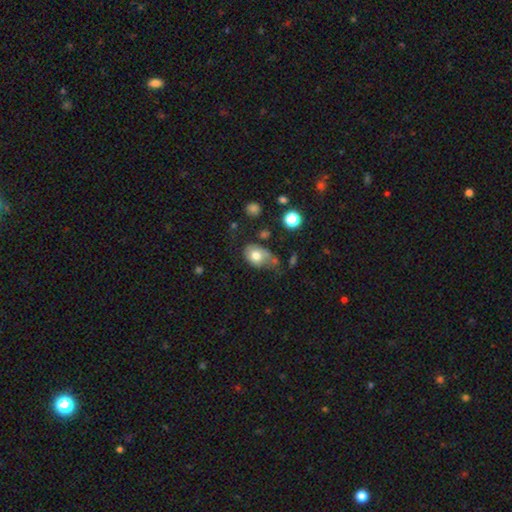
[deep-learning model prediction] Smooth or featured?
  - smooth: 71% *
  - featured or disk: 20%
  - star or artifact: 9%
How rounded?
  - in between: 71% *
  - round: 28%
  - cigar-shaped: 1%
Merging?
  - none: 34% *
  - minor disturbance: 33%
  - major disturbance: 23%
  - merger: 10%